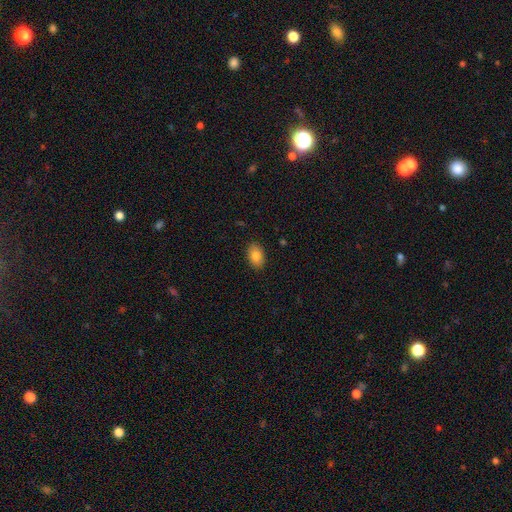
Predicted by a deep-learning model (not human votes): Q: Smooth or featured?
A: smooth (83%); runner-up: featured or disk (9%)
Q: How rounded?
A: in between (87%); runner-up: round (12%)
Q: Merging?
A: none (88%); runner-up: minor disturbance (9%)